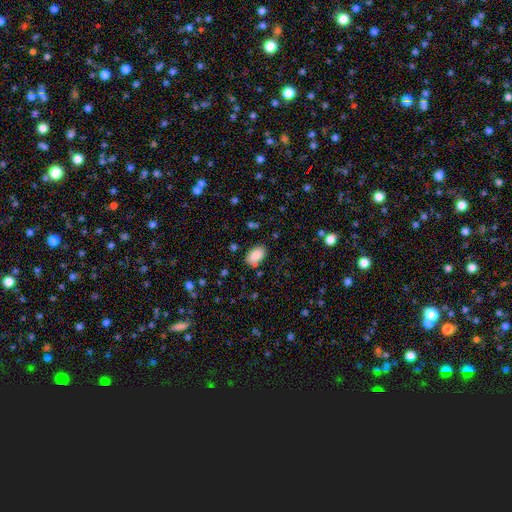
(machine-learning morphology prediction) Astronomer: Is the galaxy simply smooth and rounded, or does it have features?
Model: smooth — 87%.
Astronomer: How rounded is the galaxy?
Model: in between — 92%.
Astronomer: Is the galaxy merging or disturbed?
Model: none — 80%.